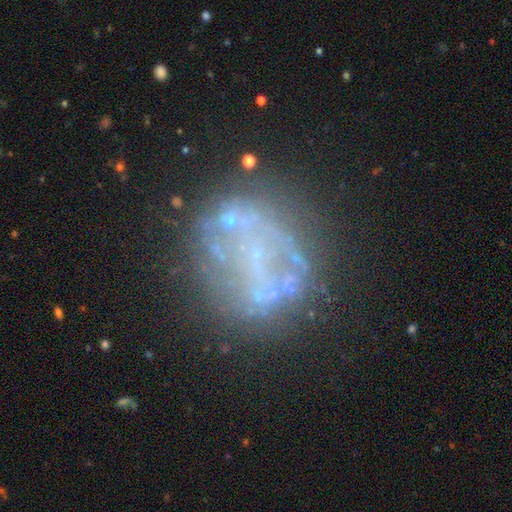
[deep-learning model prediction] Smooth or featured? Predicted: featured or disk (p=0.62). Edge-on disk? Predicted: no (p=0.97). Bar? Predicted: no (p=0.85). Spiral arms? Predicted: no (p=0.87). Bulge size? Predicted: none (p=0.70). Merging? Predicted: none (p=0.60).